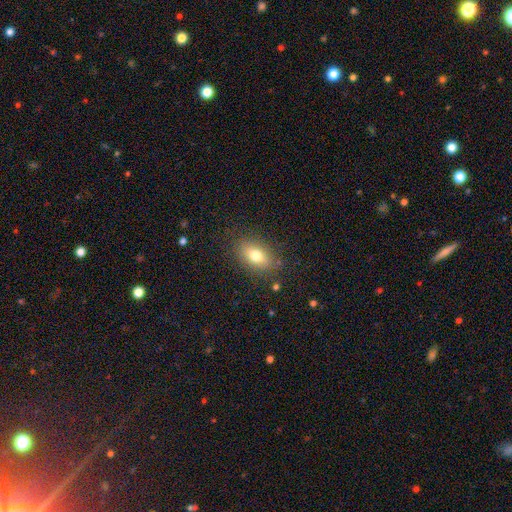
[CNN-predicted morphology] Q: Smooth or featured?
A: smooth (75%); runner-up: featured or disk (15%)
Q: How rounded?
A: in between (84%); runner-up: round (13%)
Q: Merging?
A: none (84%); runner-up: minor disturbance (11%)